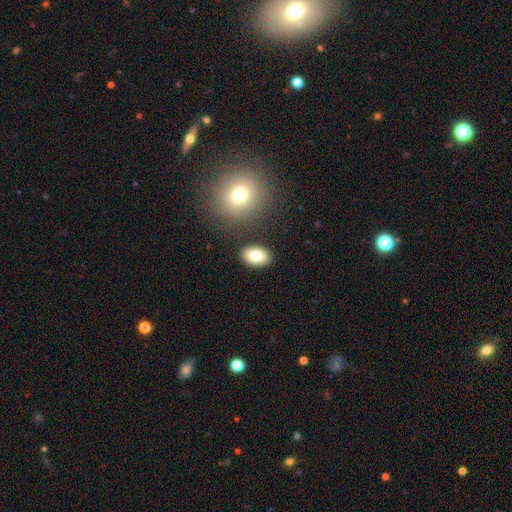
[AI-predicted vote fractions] Smooth or featured: smooth — 81% (featured or disk — 11%)
How rounded: in between — 87% (round — 11%)
Merging: none — 85% (minor disturbance — 9%)